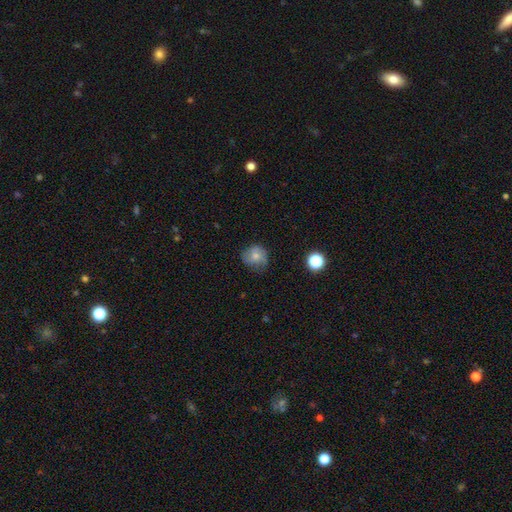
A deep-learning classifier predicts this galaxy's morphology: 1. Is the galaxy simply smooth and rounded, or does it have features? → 63% smooth, 27% featured or disk, 10% star or artifact.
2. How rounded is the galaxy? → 82% round, 17% in between, 1% cigar-shaped.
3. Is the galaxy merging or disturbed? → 64% none, 27% minor disturbance, 8% major disturbance, 1% merger.